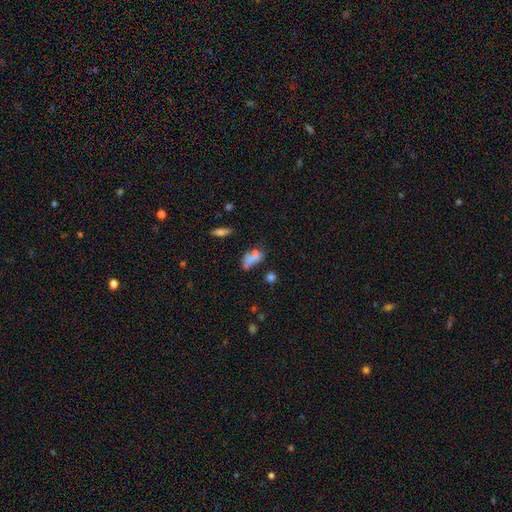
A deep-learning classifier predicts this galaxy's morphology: This is likely a smooth galaxy (69%). How rounded: likely in between (77%). Merging: marginally none (40%).